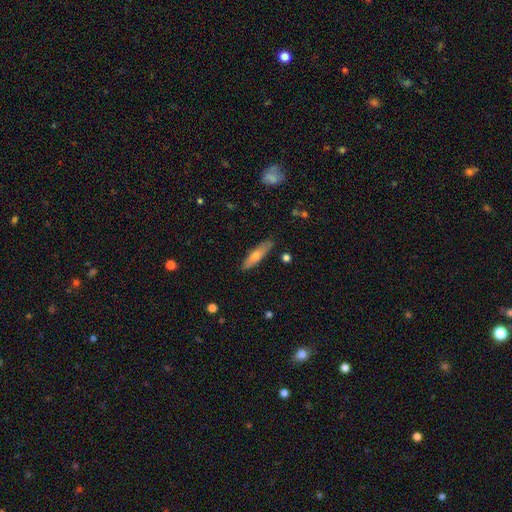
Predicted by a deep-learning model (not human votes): Morphology: type=smooth (59%); roundness=cigar-shaped (73%); merging=none (87%).